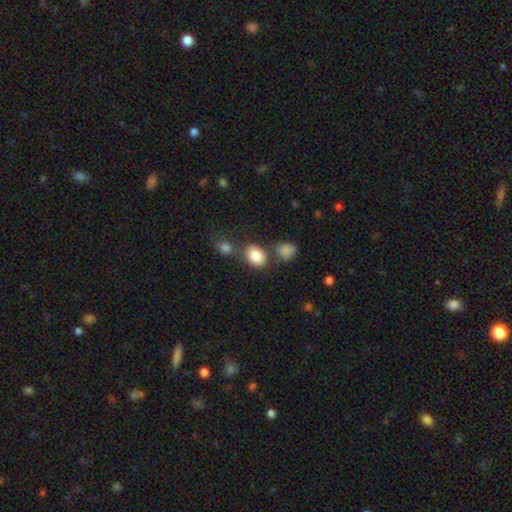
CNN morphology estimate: smooth-or-featured: smooth: 83% | star or artifact: 9% | featured or disk: 8%
  how-rounded: in between: 61% | round: 37% | cigar-shaped: 1%
  merging: none: 66% | merger: 17% | minor disturbance: 12% | major disturbance: 4%